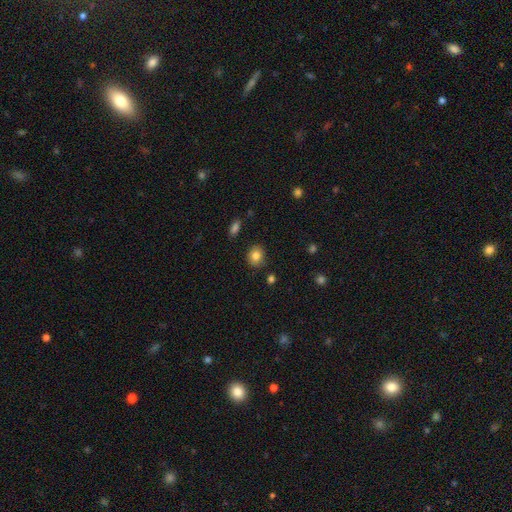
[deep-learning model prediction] smooth_or_featured: smooth (p=0.83) [alt: star or artifact p=0.10]
how_rounded: round (p=0.65) [alt: in between p=0.34]
merging: none (p=0.84) [alt: minor disturbance p=0.11]